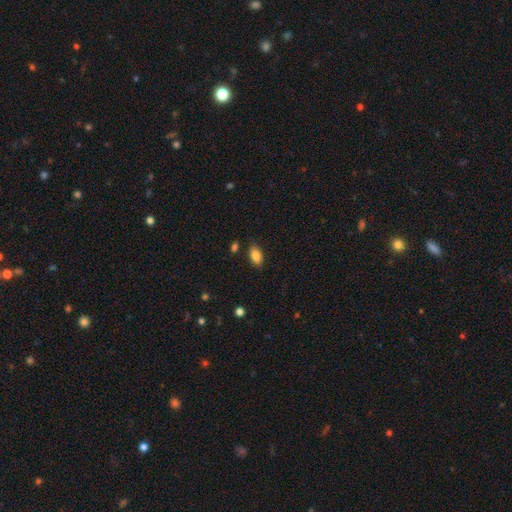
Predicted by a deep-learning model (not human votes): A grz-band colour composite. It shows a smooth galaxy with no disk features (85%) that is in between round and cigar-shaped (91%). Merging: none (83%).